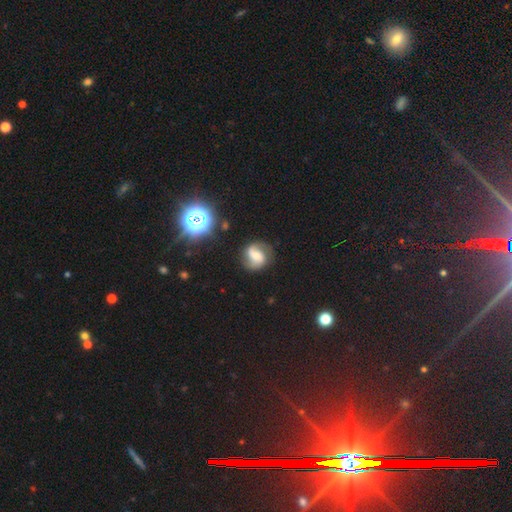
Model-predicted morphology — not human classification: Q: Smooth or featured?
A: featured or disk (71%); runner-up: smooth (20%)
Q: Edge-on disk?
A: no (98%); runner-up: yes (2%)
Q: Bar?
A: weak (45%); runner-up: no (31%)
Q: Spiral arms?
A: yes (93%); runner-up: no (7%)
Q: Spiral winding?
A: medium (47%); runner-up: loose (31%)
Q: Spiral arm count?
A: 2 (88%); runner-up: can't tell (5%)
Q: Bulge size?
A: moderate (43%); runner-up: small (37%)
Q: Merging?
A: none (77%); runner-up: minor disturbance (15%)